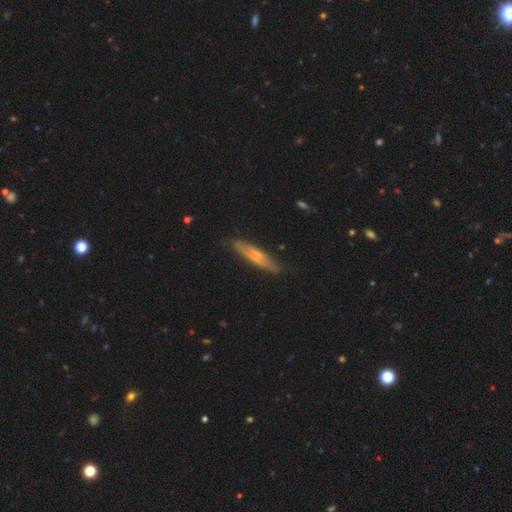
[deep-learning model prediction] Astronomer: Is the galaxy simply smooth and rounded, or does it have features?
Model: smooth — 55% (runner-up: featured or disk, 39%).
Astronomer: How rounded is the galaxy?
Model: cigar-shaped — 85%.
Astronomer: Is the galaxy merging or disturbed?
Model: none — 78%.